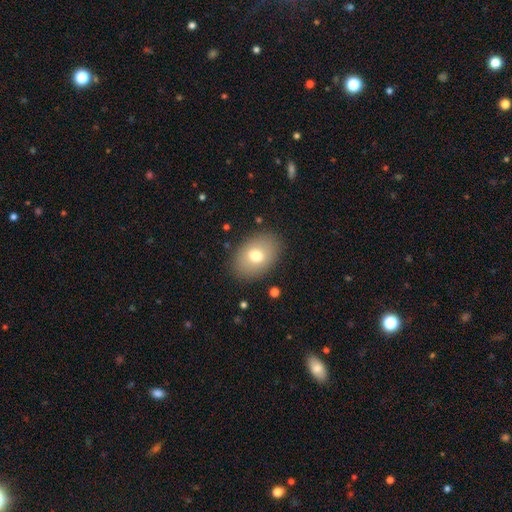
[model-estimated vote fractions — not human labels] Morphology: type=smooth (73%); roundness=in between (79%); merging=none (86%).